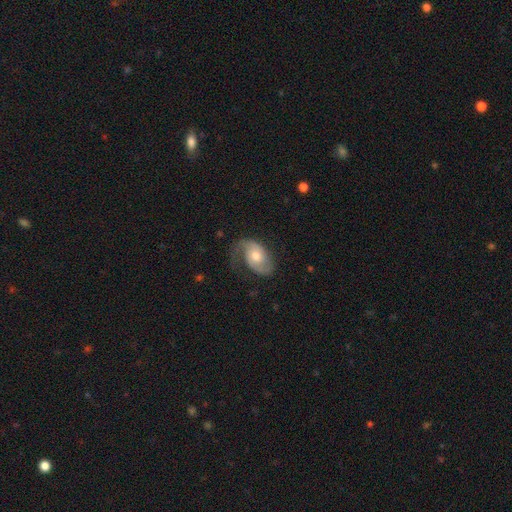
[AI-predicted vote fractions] featured or disk 71%, smooth 23%, star or artifact 6%. Down the decision tree: edge-on disk — no (96%); bar — no (69%); spiral arms — yes (91%); spiral arm count — 2 (70%); spiral winding — medium (41%); bulge size — moderate (67%); merging — none (53%).